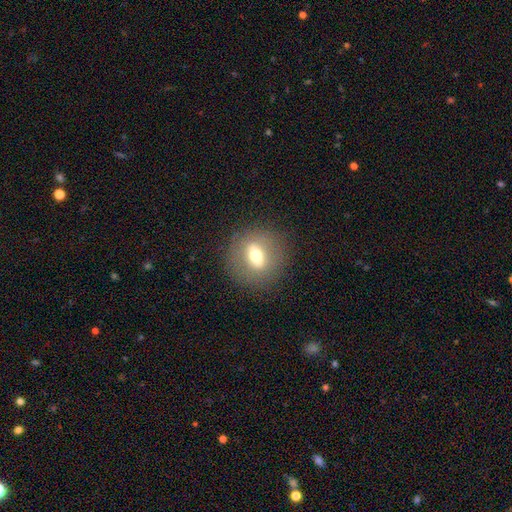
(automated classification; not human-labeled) Morphology: type=smooth (45%, tied with featured or disk); merging=none (85%).